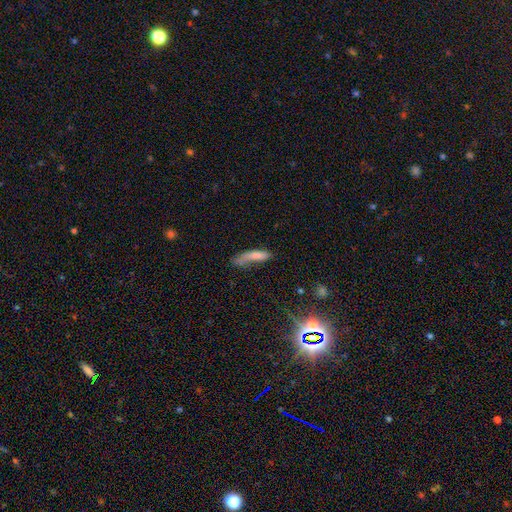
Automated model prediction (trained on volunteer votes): The model was most divided on "merging": none: 35%, minor disturbance: 27%, major disturbance: 24%, merger: 13%. More confident: smooth or featured — smooth (72%); how rounded — cigar-shaped (70%).